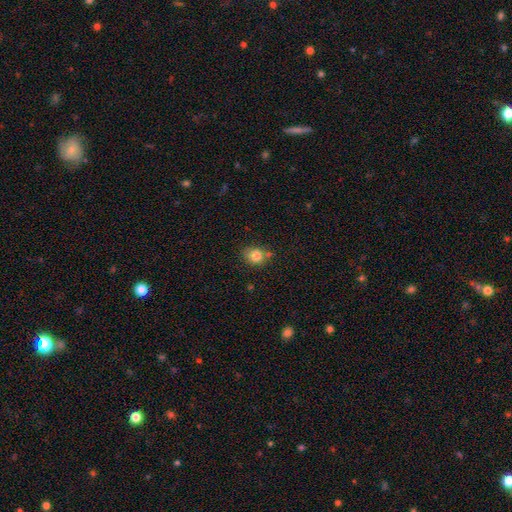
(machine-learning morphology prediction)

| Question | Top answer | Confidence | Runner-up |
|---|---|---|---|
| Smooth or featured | smooth | 82% | star or artifact (10%) |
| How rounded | round | 66% | in between (33%) |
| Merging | none | 66% | minor disturbance (18%) |